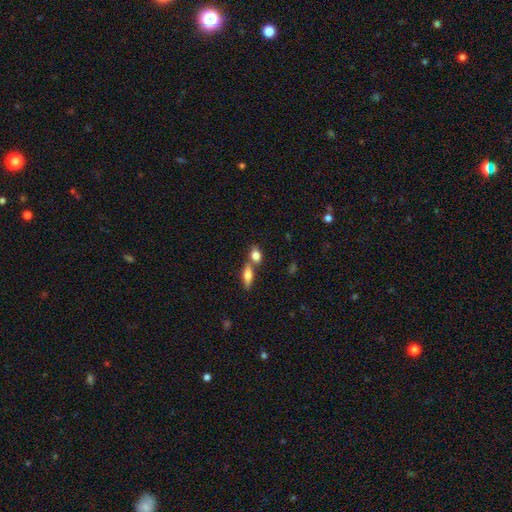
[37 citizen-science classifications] Smooth or featured? smooth (81%)
How rounded? in between (53%)
Merging? none (46%)